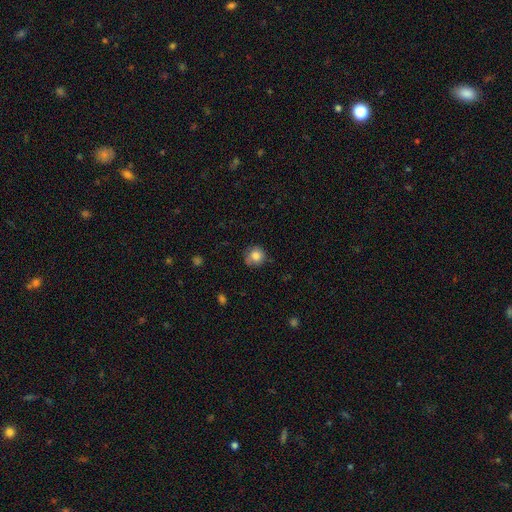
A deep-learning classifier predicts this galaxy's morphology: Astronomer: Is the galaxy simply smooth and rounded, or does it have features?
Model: smooth — 82%.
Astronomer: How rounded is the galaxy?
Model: round — 89%.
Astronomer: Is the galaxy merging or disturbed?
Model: none — 71%.